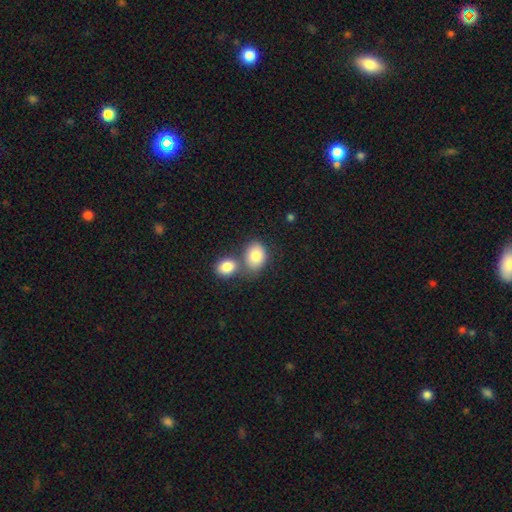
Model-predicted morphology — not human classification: A smooth galaxy with no disk features (84%) that is in between round and cigar-shaped (62%). Merging: none (43%).